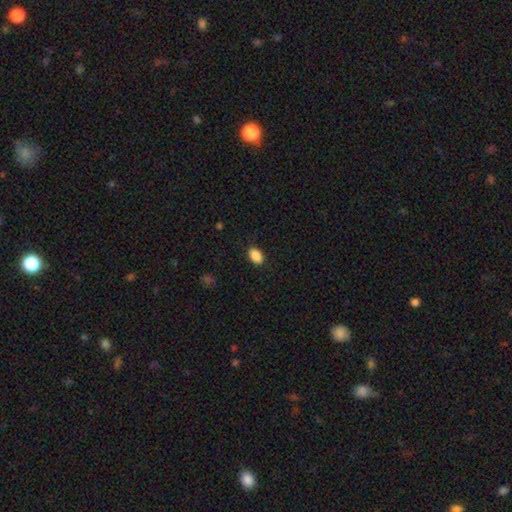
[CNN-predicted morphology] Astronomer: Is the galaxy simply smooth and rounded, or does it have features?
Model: smooth — 89%.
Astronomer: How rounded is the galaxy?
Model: in between — 86%.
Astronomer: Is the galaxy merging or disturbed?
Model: none — 87%.